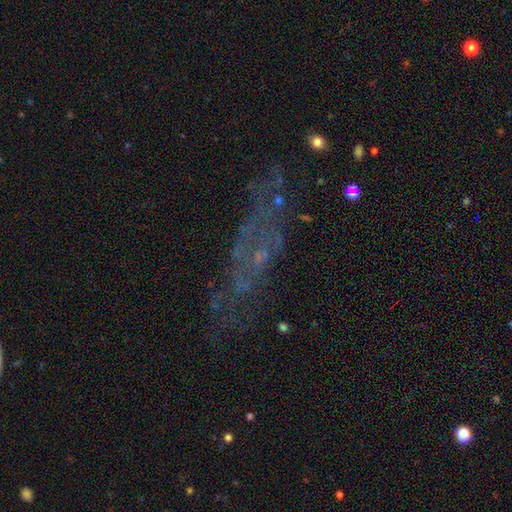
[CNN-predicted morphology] featured or disk 50%, star or artifact 26%, smooth 24%. Down the decision tree: merging — none (67%).